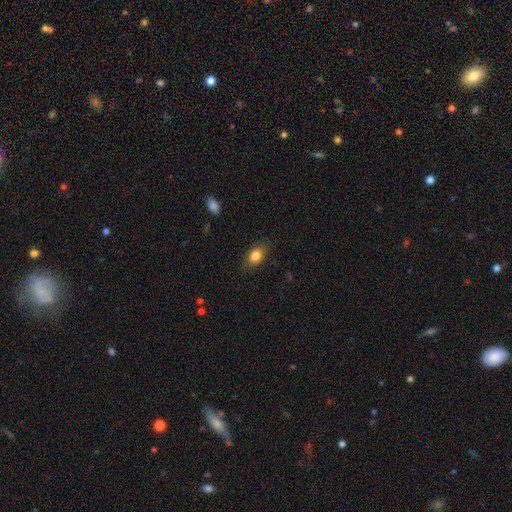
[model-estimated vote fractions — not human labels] Smooth or featured? Predicted: smooth (p=0.83). How rounded? Predicted: in between (p=0.79). Merging? Predicted: none (p=0.83).